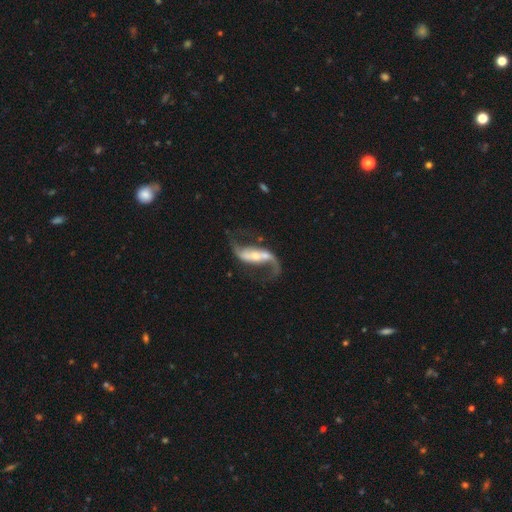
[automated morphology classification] featured or disk 89%, smooth 6%, star or artifact 5%. Down the decision tree: edge-on disk — no (95%); bar — strong (46%); spiral arms — yes (95%); spiral arm count — 2 (92%); spiral winding — loose (81%); bulge size — small (50%); merging — none (65%).